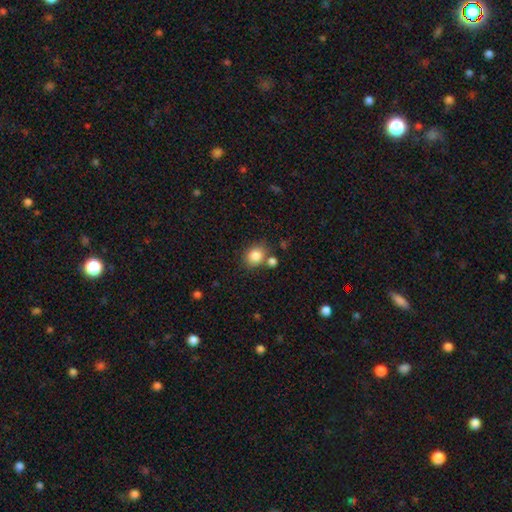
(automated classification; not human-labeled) Morphology: type=smooth (84%); roundness=round (65%); merging=none (69%).